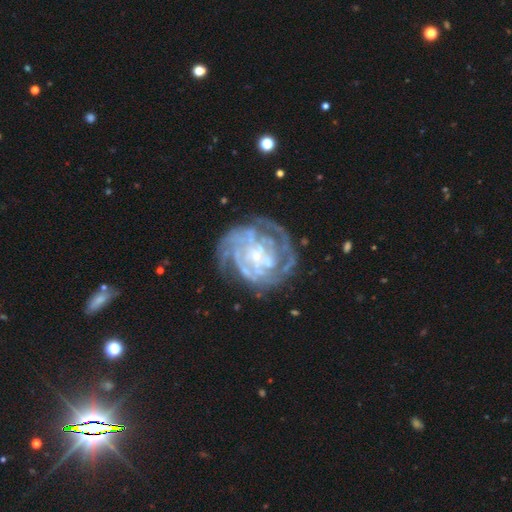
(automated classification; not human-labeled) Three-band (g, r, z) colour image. It shows a featured or disk galaxy (85%) with no bar (69%), tight (67%) spiral arms (89%) and a small central bulge (60%). Merging: none (63%).